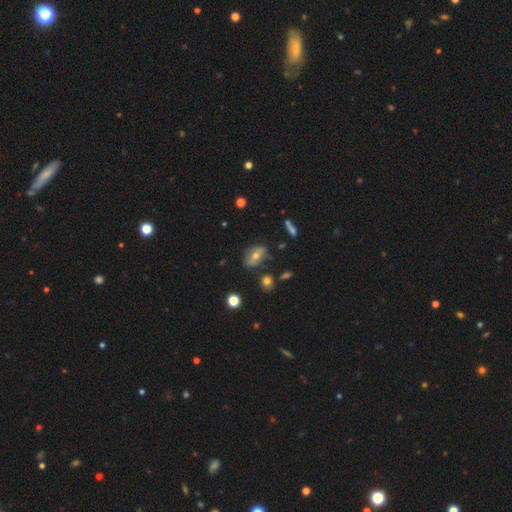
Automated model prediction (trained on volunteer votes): This appears to be a smooth galaxy with no disk features (44%). Merging: none (70%).